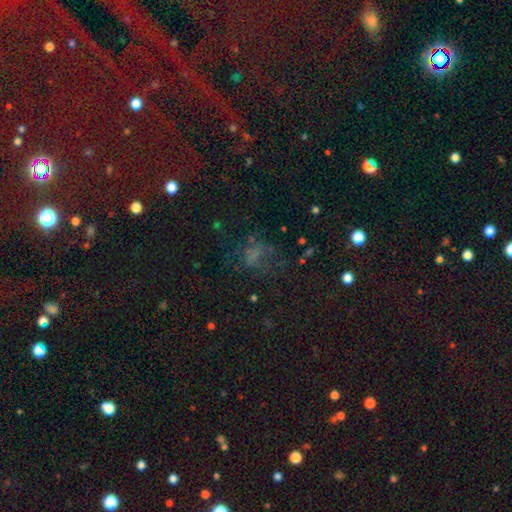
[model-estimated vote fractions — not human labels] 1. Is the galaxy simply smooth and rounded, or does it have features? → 43% smooth, 33% star or artifact, 24% featured or disk.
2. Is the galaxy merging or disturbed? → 45% none, 32% major disturbance, 19% minor disturbance, 4% merger.